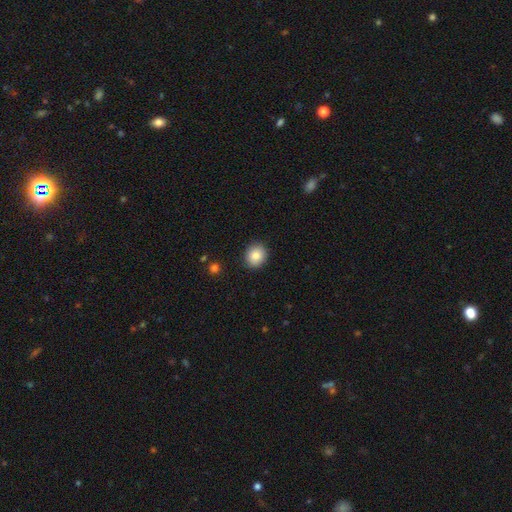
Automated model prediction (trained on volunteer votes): Morphology: type=smooth (84%); roundness=round (69%); merging=none (89%).